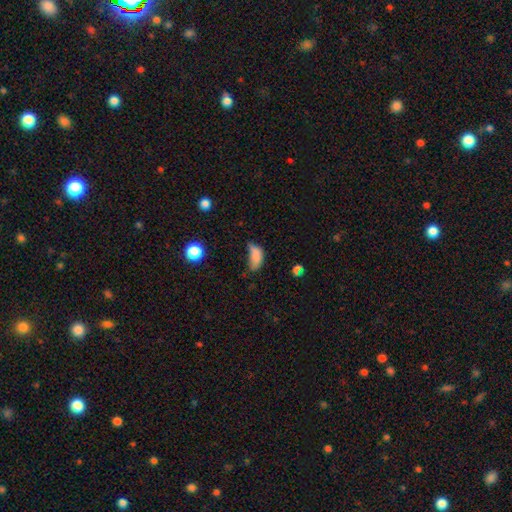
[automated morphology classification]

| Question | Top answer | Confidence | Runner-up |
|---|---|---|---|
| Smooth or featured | smooth | 75% | featured or disk (13%) |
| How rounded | in between | 87% | cigar-shaped (7%) |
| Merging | minor disturbance | 37% | major disturbance (34%) |